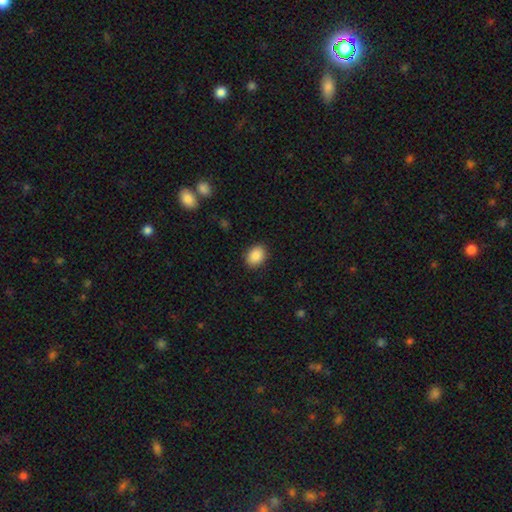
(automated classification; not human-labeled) A smooth galaxy with no disk features (89%) that is in between round and cigar-shaped (60%). Merging: none (89%).